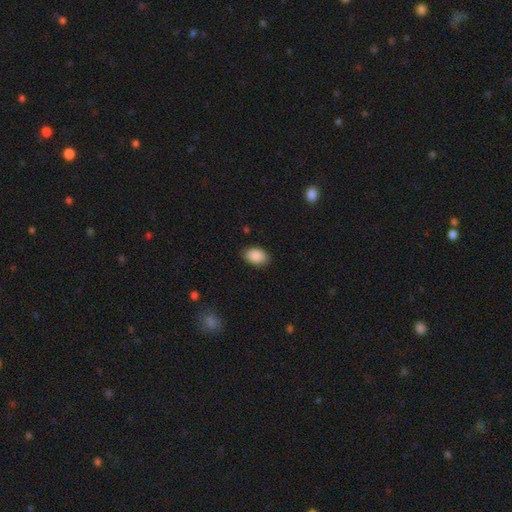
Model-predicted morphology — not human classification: smooth 89%, star or artifact 7%, featured or disk 4%. Down the decision tree: how rounded — in between (89%); merging — none (85%).